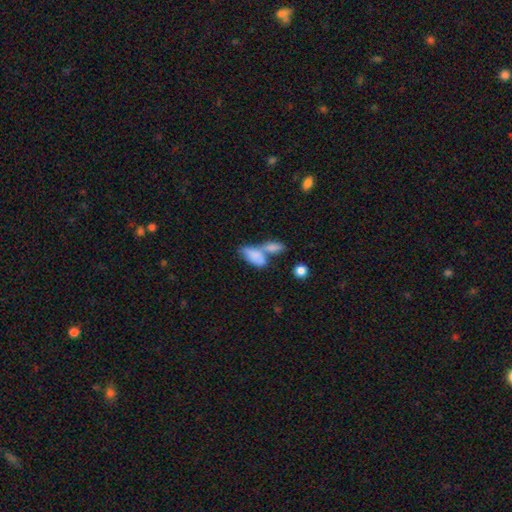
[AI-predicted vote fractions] Smooth or featured: smooth — 78% (featured or disk — 15%)
How rounded: in between — 88% (cigar-shaped — 8%)
Merging: merger — 60% (none — 24%)